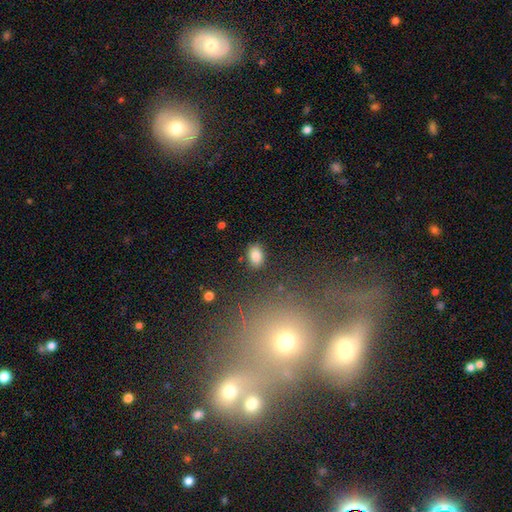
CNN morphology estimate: This is clearly a smooth galaxy (84%). How rounded: clearly in between (82%). Merging: clearly none (83%).